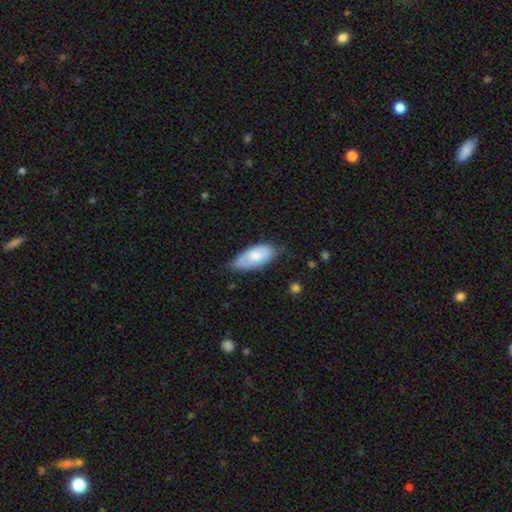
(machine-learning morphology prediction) smooth_or_featured: smooth (p=0.75) [alt: featured or disk p=0.20]
how_rounded: in between (p=0.89) [alt: cigar-shaped p=0.09]
merging: none (p=0.62) [alt: minor disturbance p=0.31]